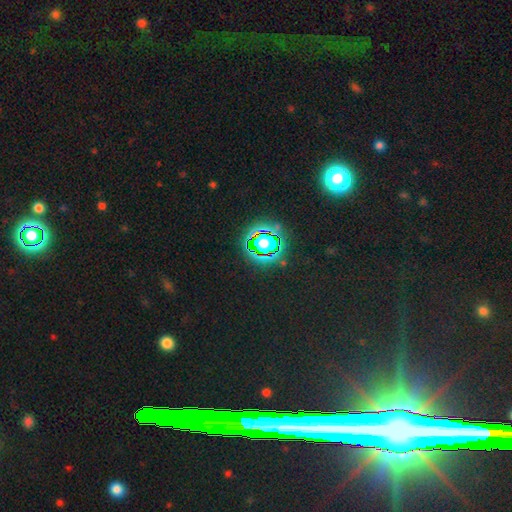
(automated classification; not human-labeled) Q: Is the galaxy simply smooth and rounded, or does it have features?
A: star or artifact — 71%.